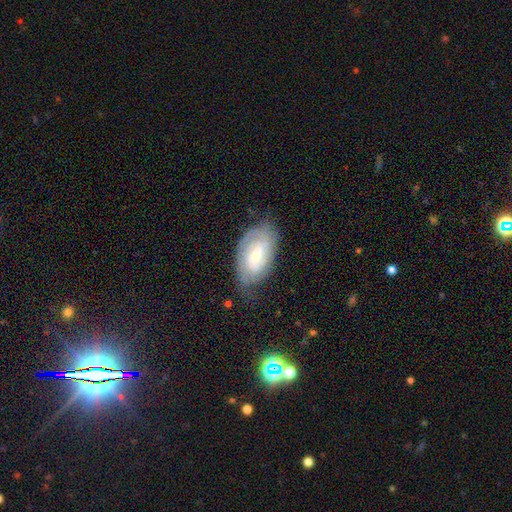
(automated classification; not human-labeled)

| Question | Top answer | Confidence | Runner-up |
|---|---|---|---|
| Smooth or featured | featured or disk | 66% | smooth (26%) |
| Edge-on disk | no | 95% | yes (5%) |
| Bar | weak | 49% | no (37%) |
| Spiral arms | yes | 89% | no (11%) |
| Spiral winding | tight | 61% | medium (30%) |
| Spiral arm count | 2 | 45% | can't tell (34%) |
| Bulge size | moderate | 39% | small (36%) |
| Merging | none | 63% | minor disturbance (26%) |